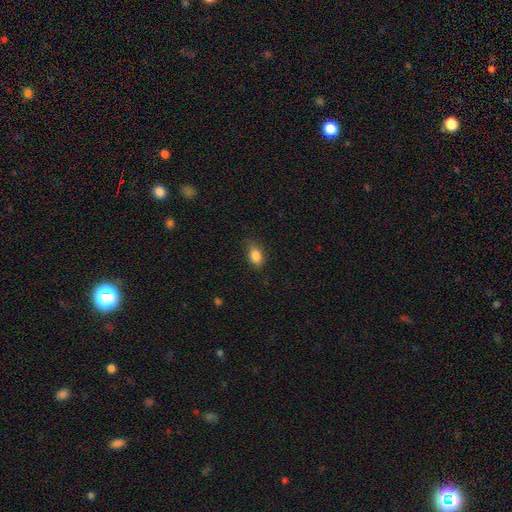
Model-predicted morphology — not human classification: Q: Smooth or featured?
A: smooth (86%); runner-up: star or artifact (9%)
Q: How rounded?
A: in between (84%); runner-up: round (14%)
Q: Merging?
A: none (77%); runner-up: minor disturbance (18%)